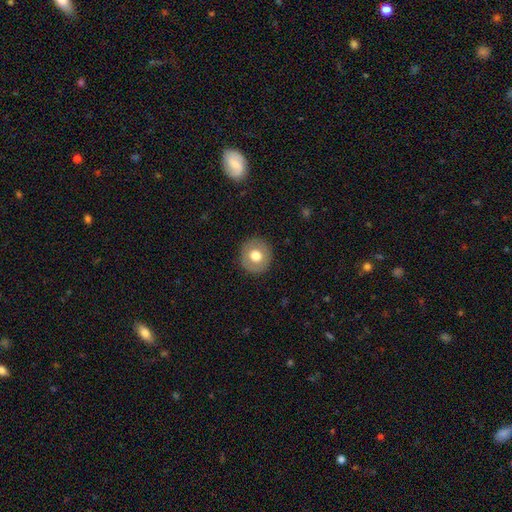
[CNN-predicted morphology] Smooth or featured: smooth — 70% (featured or disk — 22%)
How rounded: round — 93% (in between — 7%)
Merging: none — 90% (minor disturbance — 6%)